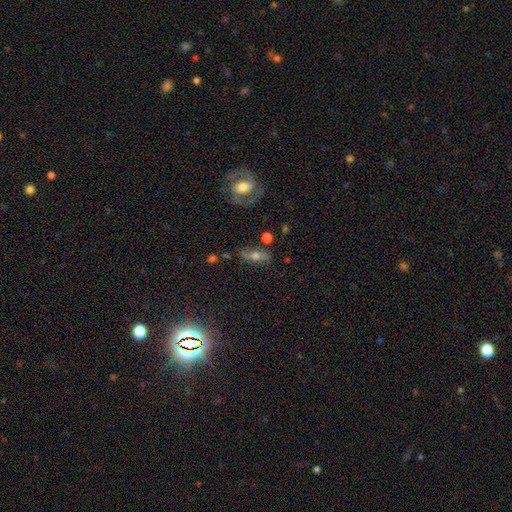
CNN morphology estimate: Smooth or featured?
  - featured or disk: 57% *
  - smooth: 32%
  - star or artifact: 11%
Edge-on disk?
  - no: 66% *
  - yes: 34%
Merging?
  - none: 70% *
  - minor disturbance: 17%
  - major disturbance: 8%
  - merger: 5%